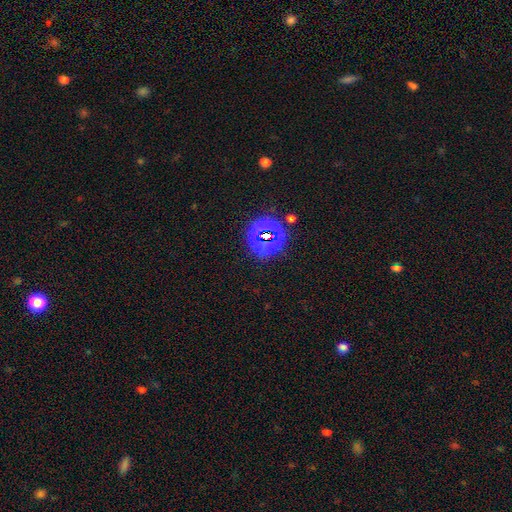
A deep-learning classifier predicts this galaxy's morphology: Overall: star or artifact (75%).